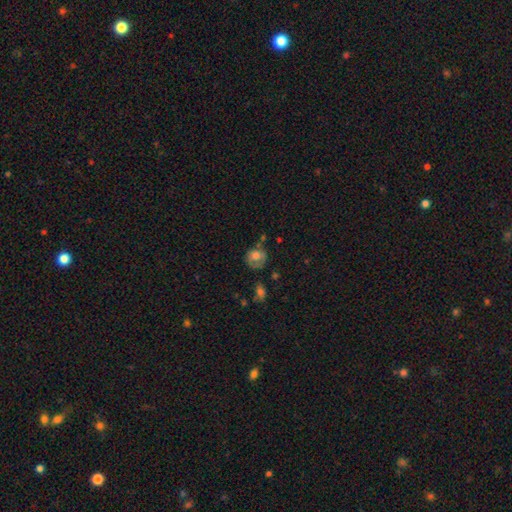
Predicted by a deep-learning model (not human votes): Smooth or featured: smooth — 64% (featured or disk — 27%)
How rounded: round — 73% (in between — 26%)
Merging: none — 47% (minor disturbance — 29%)